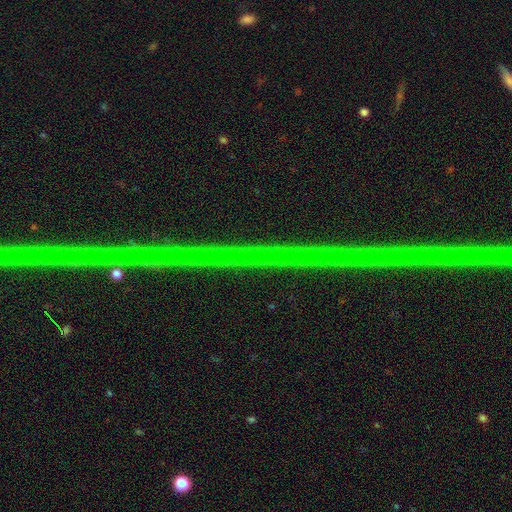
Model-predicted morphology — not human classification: Smooth or featured? Predicted: star or artifact (p=0.81).